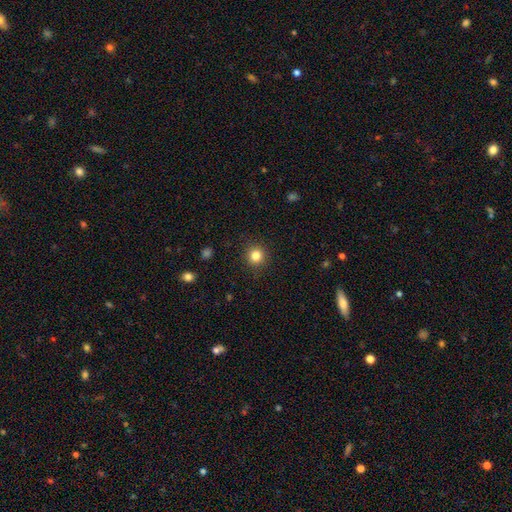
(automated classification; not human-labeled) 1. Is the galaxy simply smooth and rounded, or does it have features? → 83% smooth, 12% star or artifact, 5% featured or disk.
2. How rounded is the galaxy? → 93% round, 6% in between, 1% cigar-shaped.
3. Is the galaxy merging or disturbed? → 91% none, 6% minor disturbance, 2% major disturbance, 1% merger.